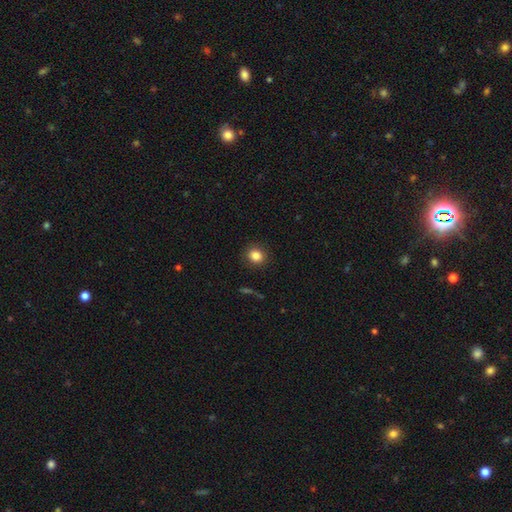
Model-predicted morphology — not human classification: Smooth or featured?
  - smooth: 84% *
  - star or artifact: 10%
  - featured or disk: 6%
How rounded?
  - round: 82% *
  - in between: 17%
  - cigar-shaped: 1%
Merging?
  - none: 89% *
  - minor disturbance: 7%
  - major disturbance: 2%
  - merger: 1%